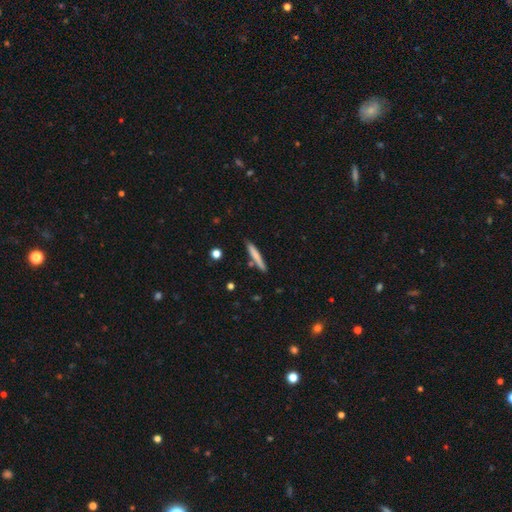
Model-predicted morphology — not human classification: type=smooth (72%); roundness=cigar-shaped (94%); merging=none (82%).